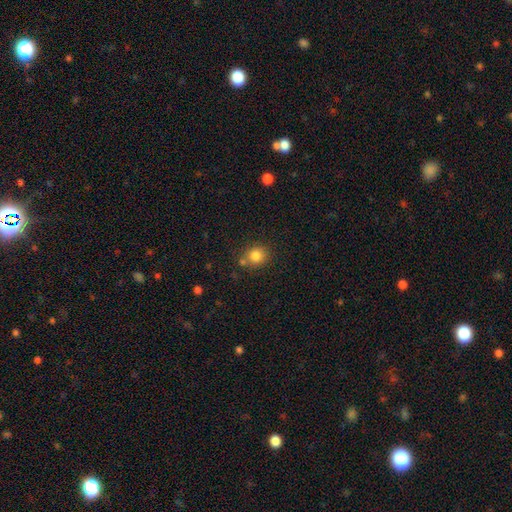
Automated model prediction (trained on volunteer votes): Smooth or featured? smooth (82%)
How rounded? round (82%)
Merging? none (71%)